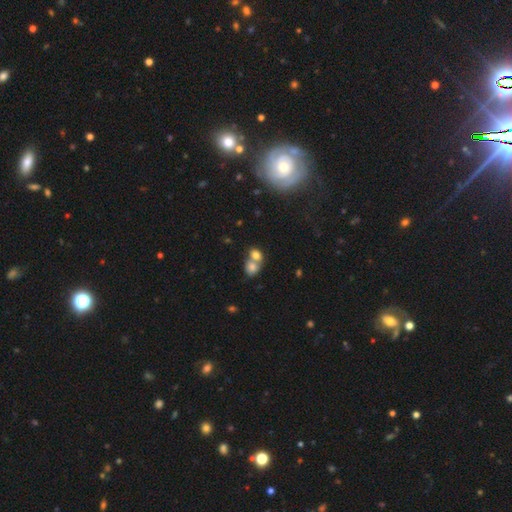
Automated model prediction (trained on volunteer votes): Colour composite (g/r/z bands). It shows a smooth galaxy with no disk features (75%) that is round (53%). Merging: merger (65%).